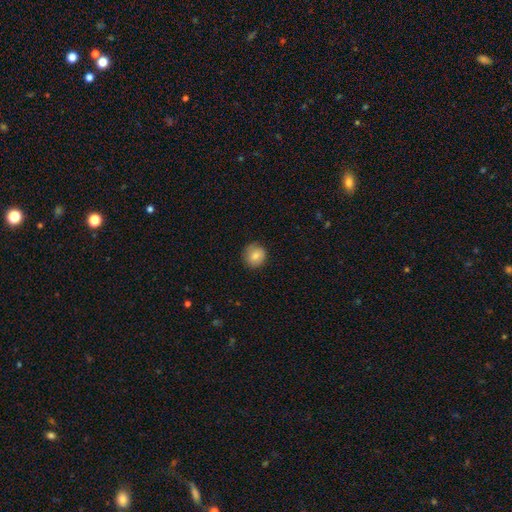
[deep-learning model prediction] Smooth or featured? smooth (80%)
How rounded? round (89%)
Merging? none (83%)